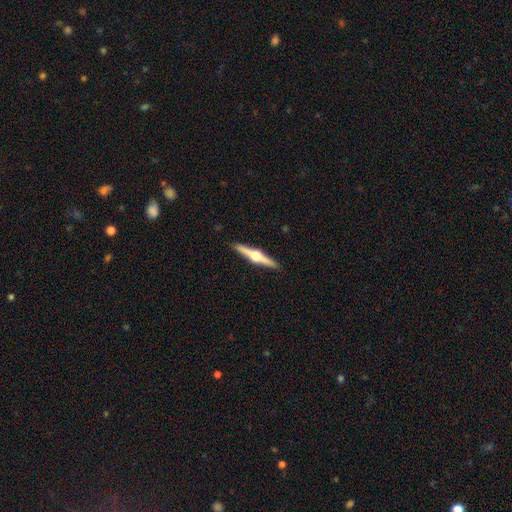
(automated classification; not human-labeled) Overall: featured or disk (79%). Edge-on disk: yes (98%). Edge-on bulge: rounded (96%). Merging: none (92%).